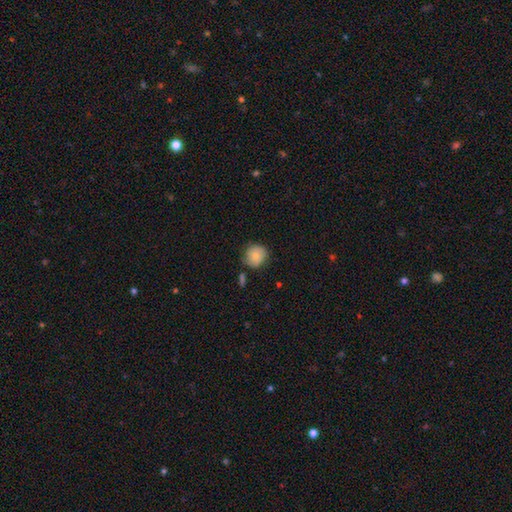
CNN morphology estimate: smooth 77%, featured or disk 14%, star or artifact 8%. Down the decision tree: how rounded — round (84%); merging — none (70%).